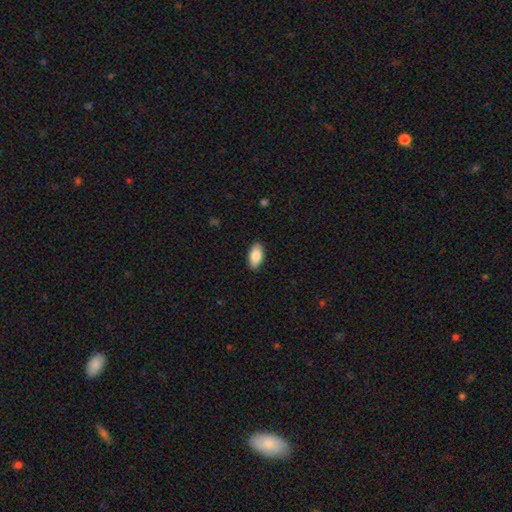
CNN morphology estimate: smooth-or-featured: smooth: 86% | featured or disk: 7% | star or artifact: 6%
  how-rounded: in between: 93% | cigar-shaped: 4% | round: 3%
  merging: none: 89% | minor disturbance: 8% | major disturbance: 2% | merger: 1%